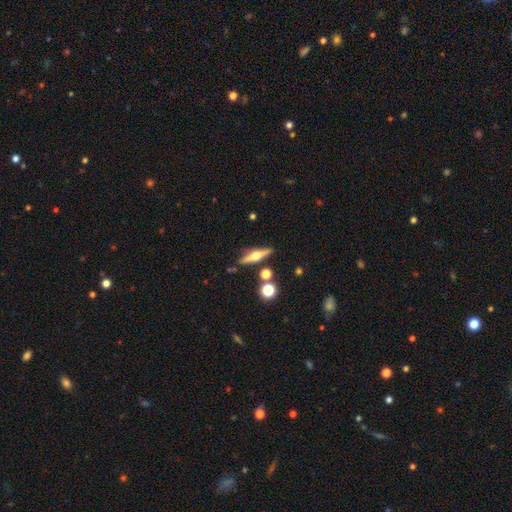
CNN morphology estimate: Smooth or featured? featured or disk (67%)
Edge-on disk? yes (96%)
Edge-on bulge? rounded (94%)
Merging? none (83%)